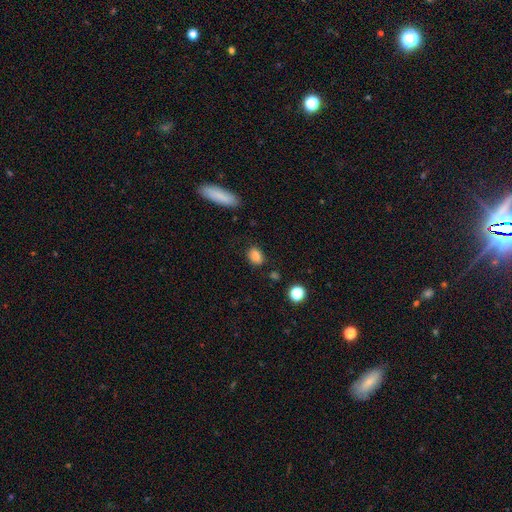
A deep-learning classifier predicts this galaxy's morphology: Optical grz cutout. It shows a smooth galaxy with no disk features (84%) that is in between round and cigar-shaped (73%). Merging: none (80%).